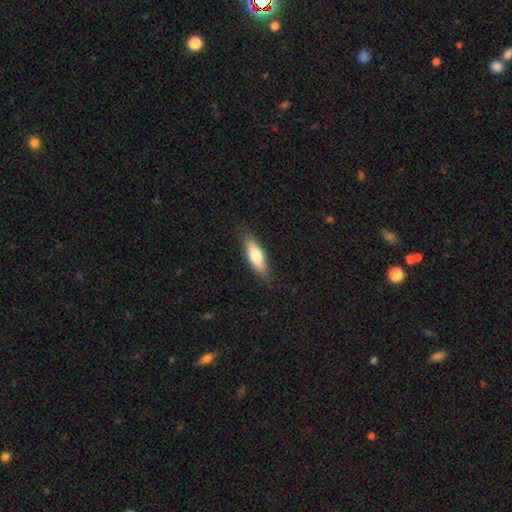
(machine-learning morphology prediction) A smooth galaxy with no disk features (73%) that is in between round and cigar-shaped (62%). Merging: none (82%).